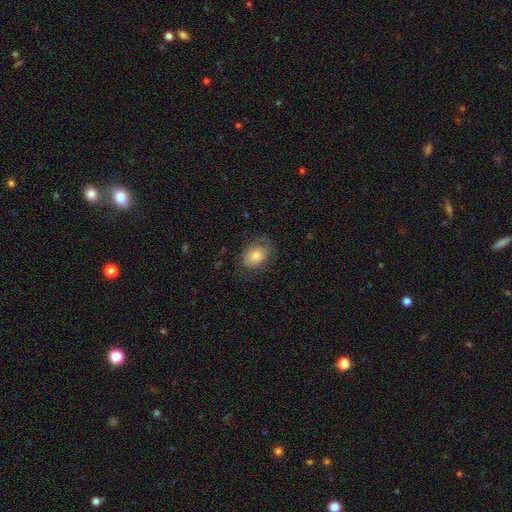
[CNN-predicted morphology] smooth 73%, featured or disk 18%, star or artifact 9%. Down the decision tree: how rounded — in between (75%); merging — none (71%).